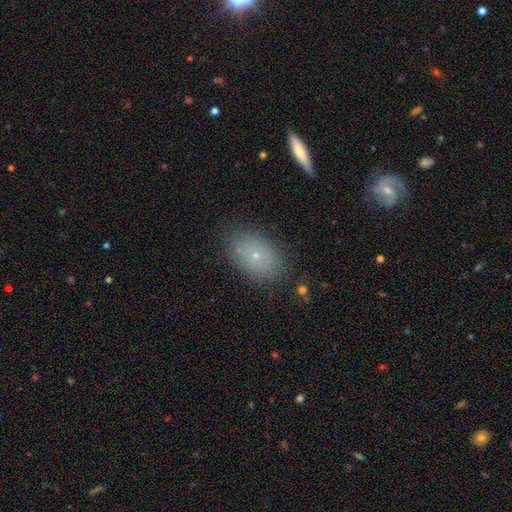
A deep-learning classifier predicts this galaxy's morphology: type=smooth (70%); roundness=in between (79%); merging=none (84%).